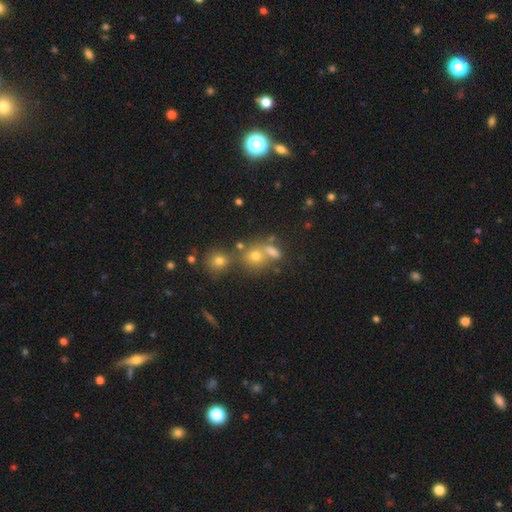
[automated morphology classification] A smooth galaxy with no disk features (47%). Merging: none (45%).